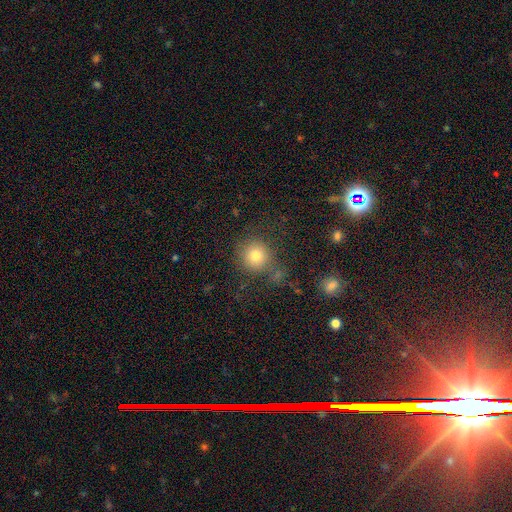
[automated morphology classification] Smooth or featured? Predicted: smooth (p=0.77). How rounded? Predicted: round (p=0.92). Merging? Predicted: none (p=0.75).